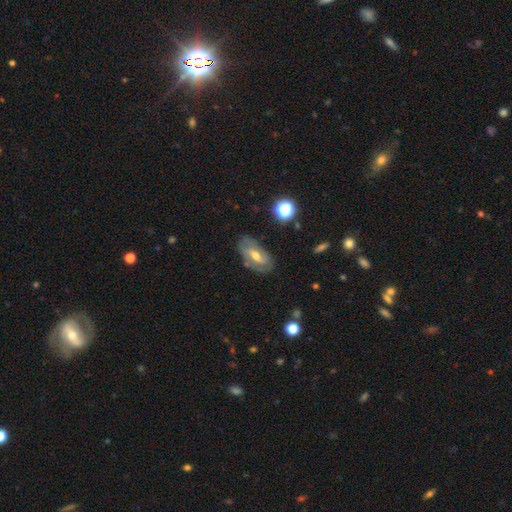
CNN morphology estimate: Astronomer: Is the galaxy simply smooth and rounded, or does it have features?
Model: featured or disk — 67%.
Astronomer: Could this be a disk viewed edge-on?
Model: no — 92%.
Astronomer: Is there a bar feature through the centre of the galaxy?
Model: weak — 48% (runner-up: no, 32%).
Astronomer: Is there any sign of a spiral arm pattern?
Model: yes — 79%.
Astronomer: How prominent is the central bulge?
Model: moderate — 63%.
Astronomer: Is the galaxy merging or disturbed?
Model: none — 72%.